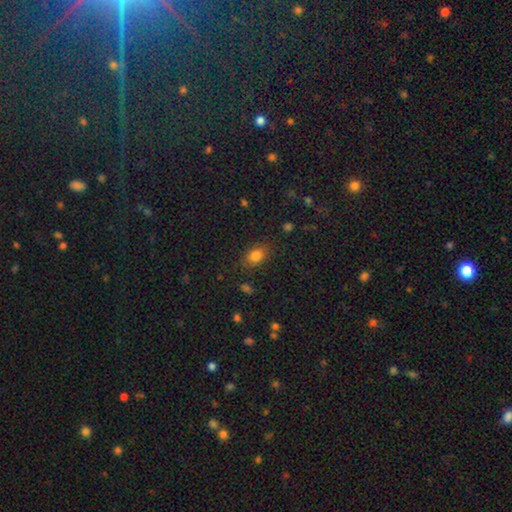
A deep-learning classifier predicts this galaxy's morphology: Smooth or featured?
  - smooth: 81% *
  - star or artifact: 12%
  - featured or disk: 7%
How rounded?
  - in between: 74% *
  - round: 24%
  - cigar-shaped: 2%
Merging?
  - none: 81% *
  - minor disturbance: 13%
  - major disturbance: 4%
  - merger: 2%